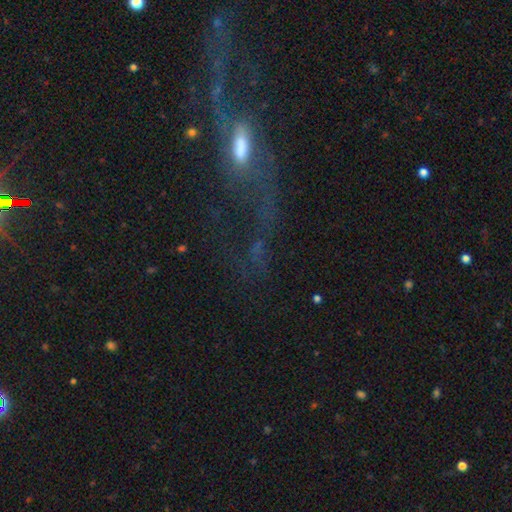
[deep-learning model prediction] The model was most divided on "bar" (2-way tie): weak: 38%, no: 38%, strong: 24%. Remaining: edge-on disk — no (82%); spiral arms — yes (73%); smooth or featured — featured or disk (66%); bulge size — moderate (45%); merging — none (43%).